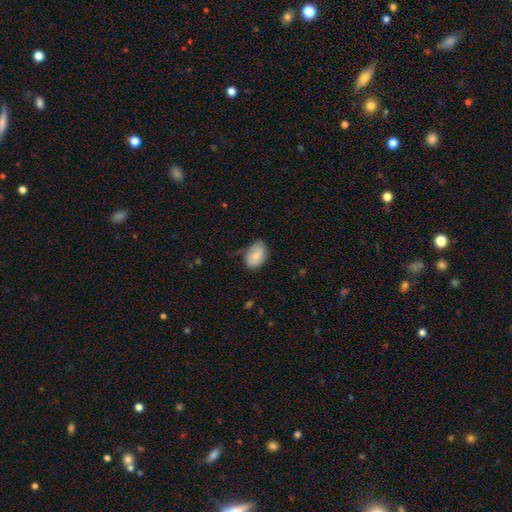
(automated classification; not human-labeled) Morphology: type=smooth (78%); roundness=in between (88%); merging=none (58%).